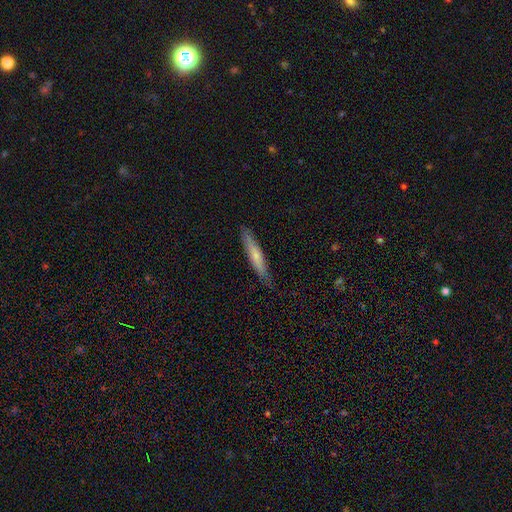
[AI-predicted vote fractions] smooth-or-featured: smooth: 62% | featured or disk: 33% | star or artifact: 6%
  how-rounded: cigar-shaped: 92% | in between: 6% | round: 1%
  merging: none: 84% | minor disturbance: 13% | major disturbance: 2% | merger: 1%